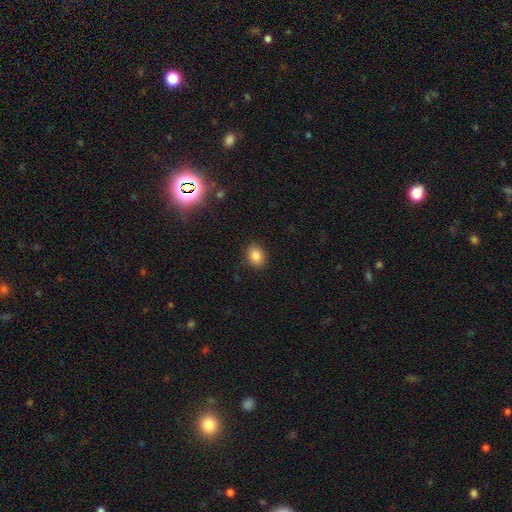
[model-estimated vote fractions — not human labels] This is clearly a smooth galaxy (84%). How rounded: possibly round (51%). Merging: clearly none (88%).